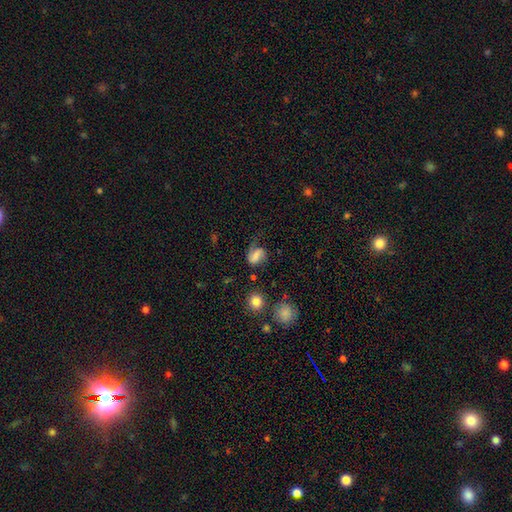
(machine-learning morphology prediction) Smooth or featured? Predicted: featured or disk (p=0.45). Merging? Predicted: none (p=0.51).